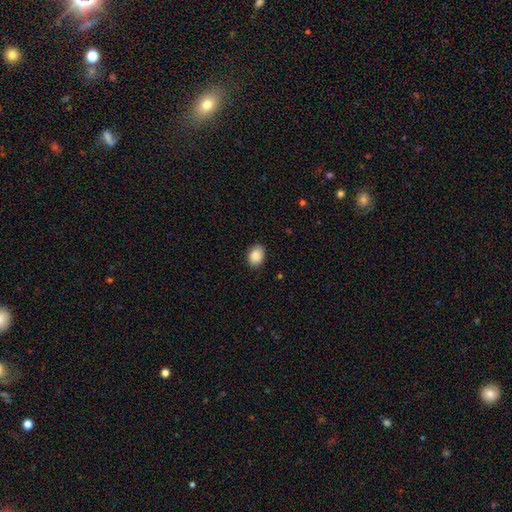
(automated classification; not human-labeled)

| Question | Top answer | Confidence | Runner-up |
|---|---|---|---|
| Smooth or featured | smooth | 88% | star or artifact (7%) |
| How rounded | in between | 69% | round (30%) |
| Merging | none | 84% | minor disturbance (12%) |